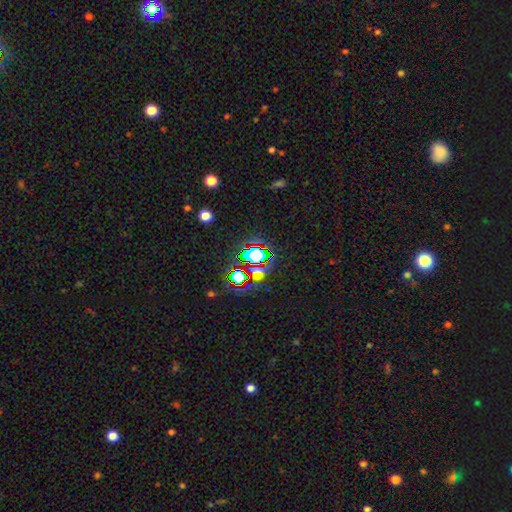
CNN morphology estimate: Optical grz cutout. It shows a star or artifact, not a galaxy (67%).